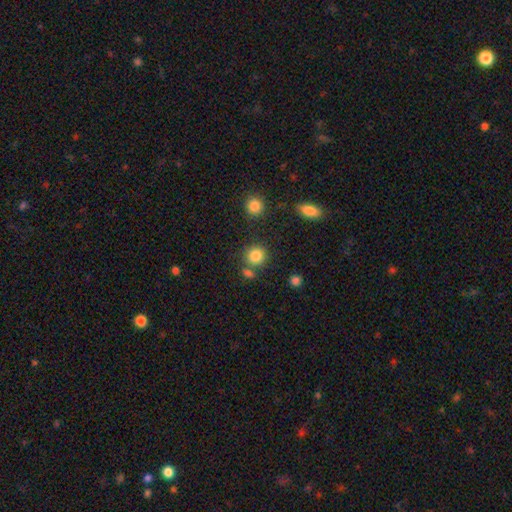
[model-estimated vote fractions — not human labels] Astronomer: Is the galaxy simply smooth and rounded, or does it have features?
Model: smooth — 83%.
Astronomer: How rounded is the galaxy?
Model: round — 88%.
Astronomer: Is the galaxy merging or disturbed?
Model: none — 73%.